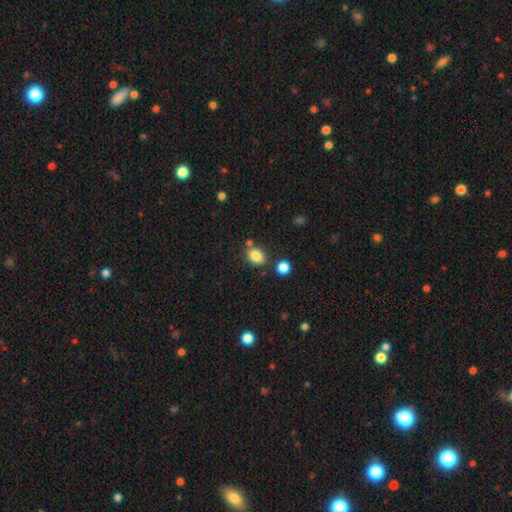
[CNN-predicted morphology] Q: Smooth or featured?
A: smooth (84%); runner-up: star or artifact (11%)
Q: How rounded?
A: in between (66%); runner-up: round (33%)
Q: Merging?
A: none (72%); runner-up: minor disturbance (13%)